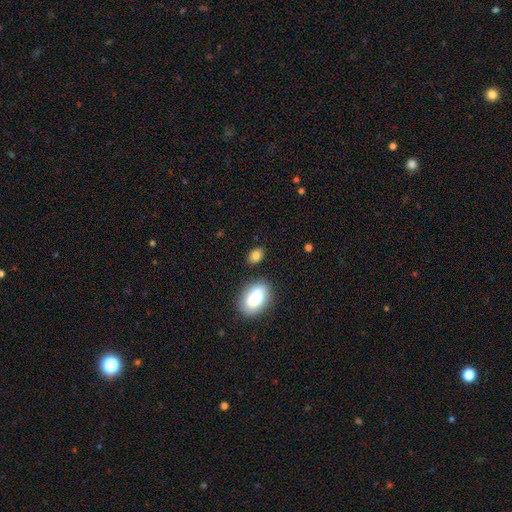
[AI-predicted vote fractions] smooth-or-featured: smooth: 85% | star or artifact: 9% | featured or disk: 6%
  how-rounded: in between: 78% | round: 20% | cigar-shaped: 2%
  merging: none: 78% | minor disturbance: 12% | merger: 6% | major disturbance: 3%